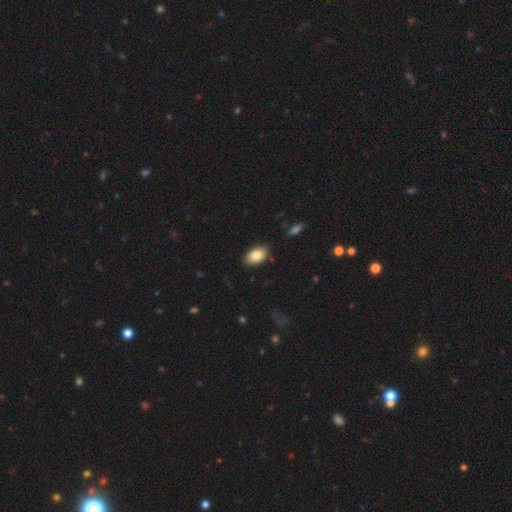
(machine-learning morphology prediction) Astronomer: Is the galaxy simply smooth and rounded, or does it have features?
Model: smooth — 84%.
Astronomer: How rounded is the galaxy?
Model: in between — 92%.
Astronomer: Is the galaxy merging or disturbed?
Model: none — 87%.